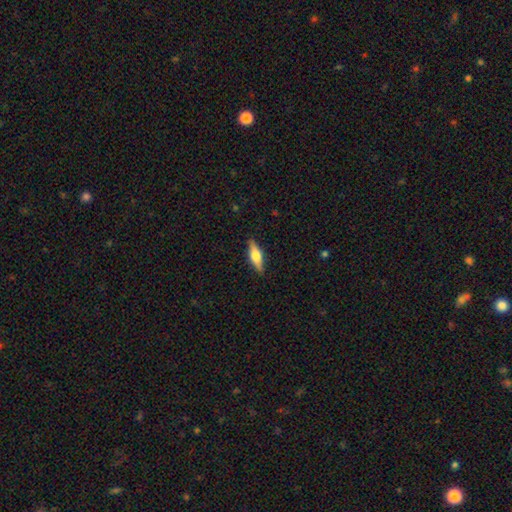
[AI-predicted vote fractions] smooth_or_featured: smooth (p=0.48) [alt: featured or disk p=0.46]
merging: none (p=0.87) [alt: minor disturbance p=0.10]